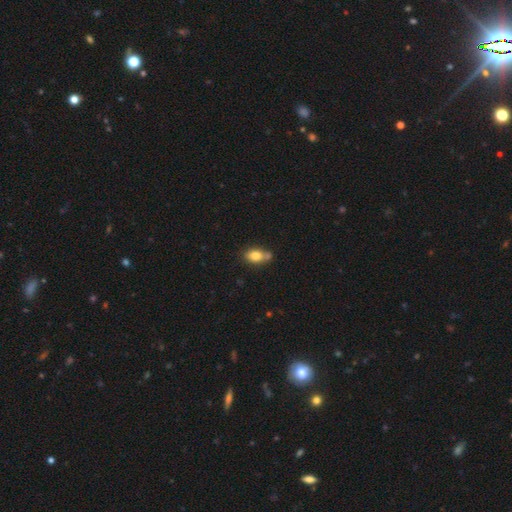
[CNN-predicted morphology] Overall: smooth (80%). How rounded: in between (80%). Merging: none (53%; merger 24%).